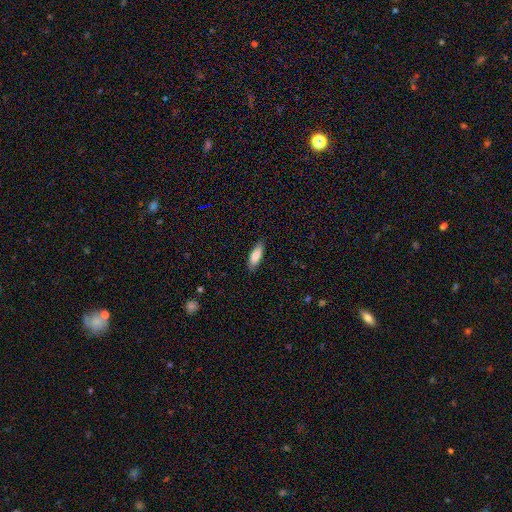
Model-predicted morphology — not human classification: Smooth or featured? Predicted: smooth (p=0.84). How rounded? Predicted: in between (p=0.58). Merging? Predicted: none (p=0.86).